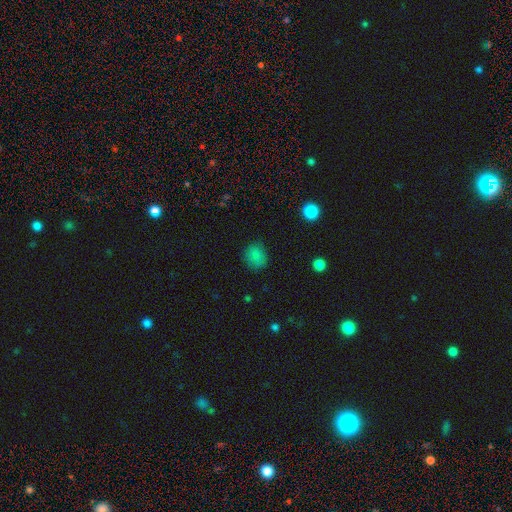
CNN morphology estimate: Overall: smooth (83%). How rounded: round (68%; in between 31%). Merging: none (80%).